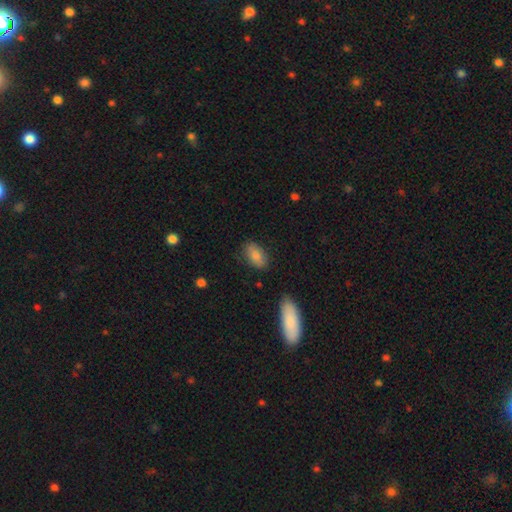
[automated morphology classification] This is clearly a smooth galaxy (83%). How rounded: clearly in between (92%). Merging: clearly none (80%).